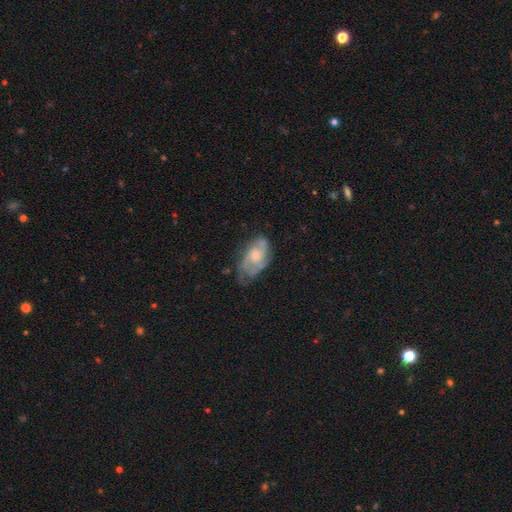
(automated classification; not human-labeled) A featured or disk galaxy (76%) with no bar (71%), 2 (40%) medium (43%, tied with tight) spiral arms (90%) and a moderate central bulge (49%).

Vote fractions:
- Smooth or featured? featured or disk: 76% / smooth: 19% / star or artifact: 6%
- Edge-on disk? no: 96% / yes: 4%
- Bar? no: 71% / weak: 25% / strong: 4%
- Spiral arms? yes: 90% / no: 10%
- Spiral winding? medium: 43% (tied) / tight: 43% (tied) / loose: 14%
- Spiral arm count? 2: 40% / 3: 25% / can't tell: 24% / 4: 5% / 1: 4% / more than 4: 3%
- Bulge size? moderate: 49% / small: 43% / none: 4% / large: 4% / dominant: 1%
- Merging? none: 52% / minor disturbance: 30% / major disturbance: 15% / merger: 2%